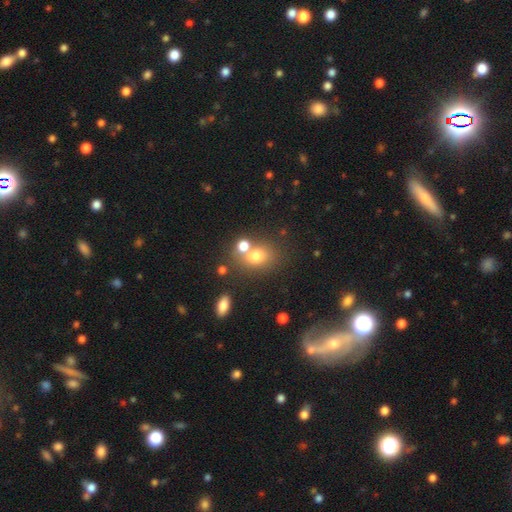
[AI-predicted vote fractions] The model was most divided on "how rounded": round: 52%, in between: 47%, cigar-shaped: 1%. Remaining: smooth or featured — smooth (71%); merging — none (48%).